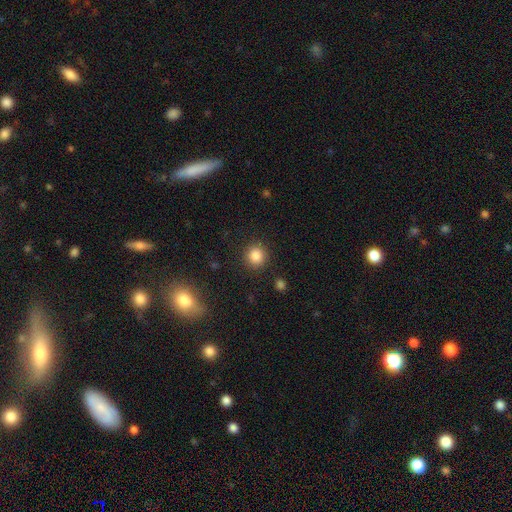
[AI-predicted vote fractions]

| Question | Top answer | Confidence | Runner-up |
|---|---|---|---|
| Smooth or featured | smooth | 85% | star or artifact (11%) |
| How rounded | round | 90% | in between (9%) |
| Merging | none | 89% | minor disturbance (7%) |